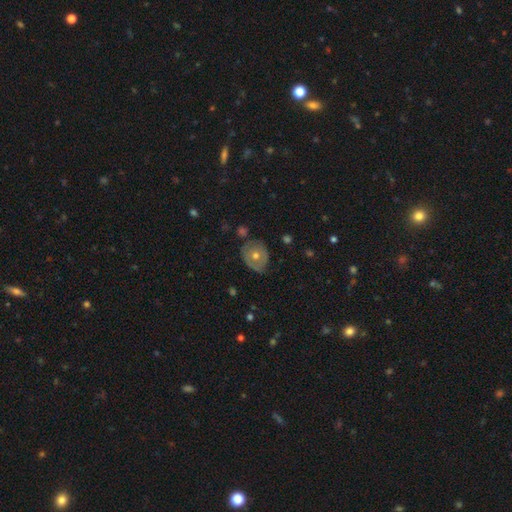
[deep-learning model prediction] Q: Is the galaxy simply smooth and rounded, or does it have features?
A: featured or disk — 48%.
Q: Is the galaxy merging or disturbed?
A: none — 74%.